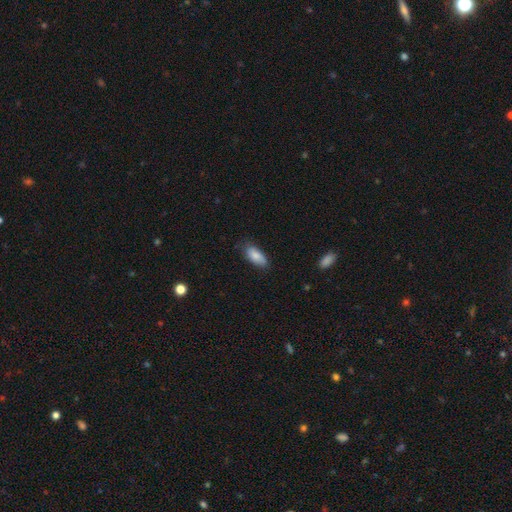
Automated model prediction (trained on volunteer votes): This appears to be a smooth galaxy with no disk features (85%) that is in between round and cigar-shaped (87%). Merging: none (73%).